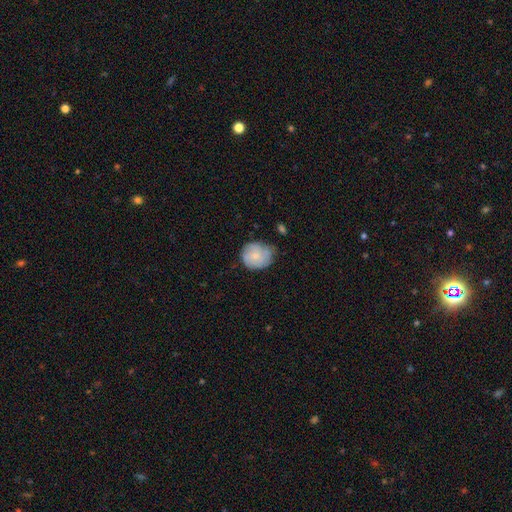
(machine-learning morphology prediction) type=smooth (66%); roundness=round (75%); merging=none (56%).